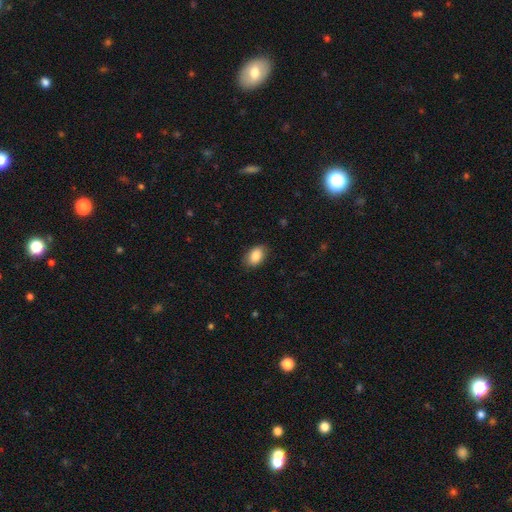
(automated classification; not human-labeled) smooth_or_featured: smooth (p=0.86) [alt: star or artifact p=0.07]
how_rounded: in between (p=0.87) [alt: round p=0.11]
merging: none (p=0.84) [alt: minor disturbance p=0.12]